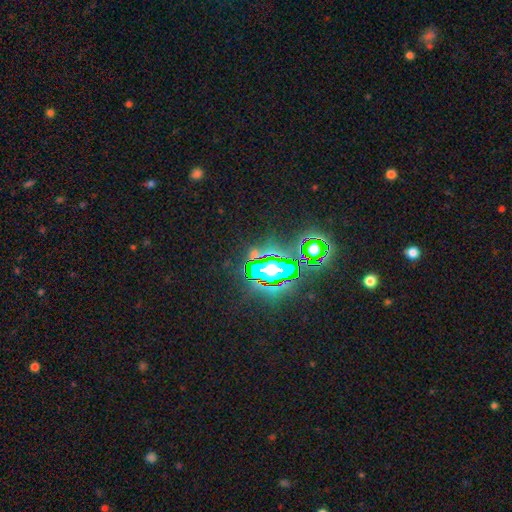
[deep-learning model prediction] star or artifact 68%, smooth 17%, featured or disk 15%.